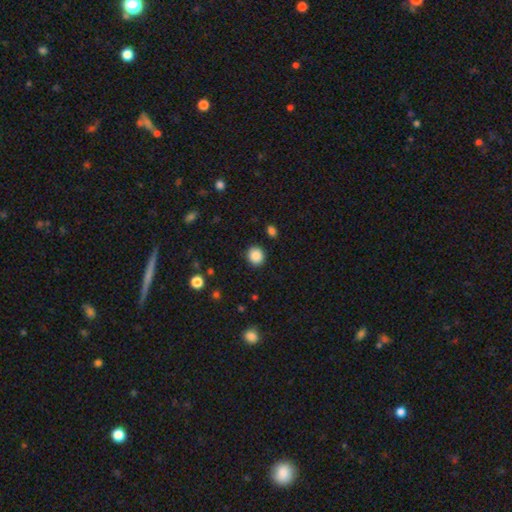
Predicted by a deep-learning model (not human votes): This appears to be a smooth galaxy with no disk features (88%) that is round (85%). Merging: none (90%).